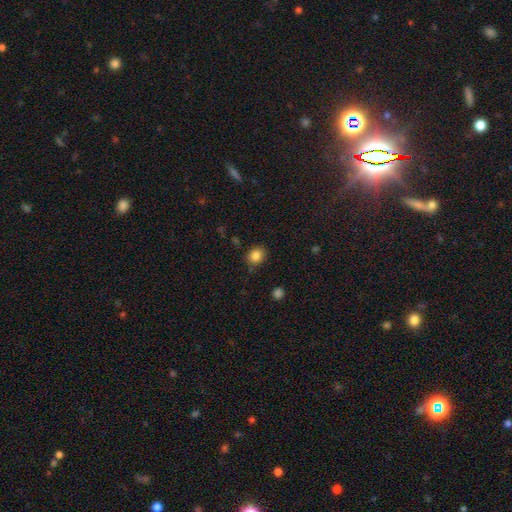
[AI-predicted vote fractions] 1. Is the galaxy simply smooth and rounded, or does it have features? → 84% smooth, 11% star or artifact, 5% featured or disk.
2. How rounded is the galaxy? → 64% round, 35% in between, 1% cigar-shaped.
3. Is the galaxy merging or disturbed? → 83% none, 12% minor disturbance, 3% major disturbance, 2% merger.